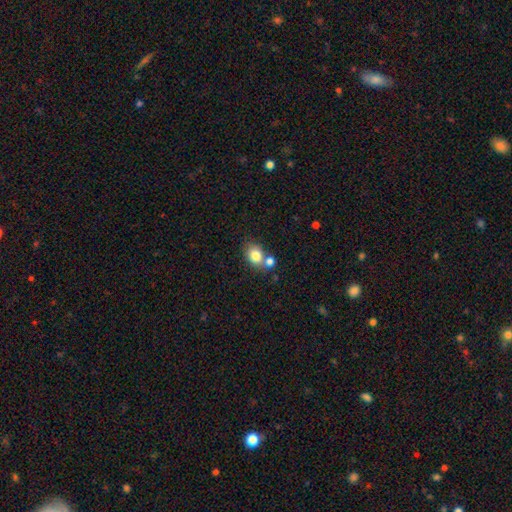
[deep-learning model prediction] The model was most divided on "how rounded": in between: 52%, round: 47%, cigar-shaped: 1%. Remaining: smooth or featured — smooth (80%); merging — none (50%).